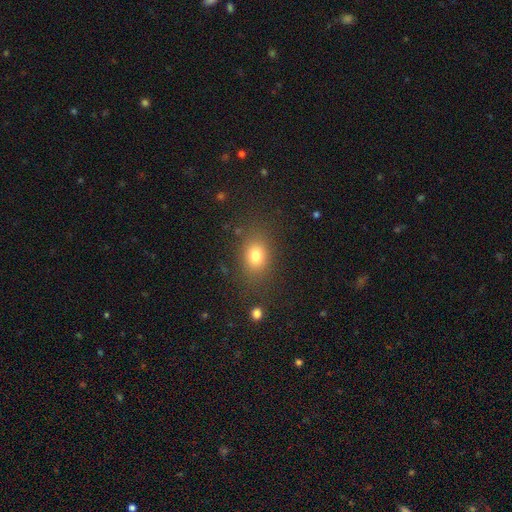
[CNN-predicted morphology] Overall: smooth (78%). How rounded: in between (63%; round 35%). Merging: none (78%).